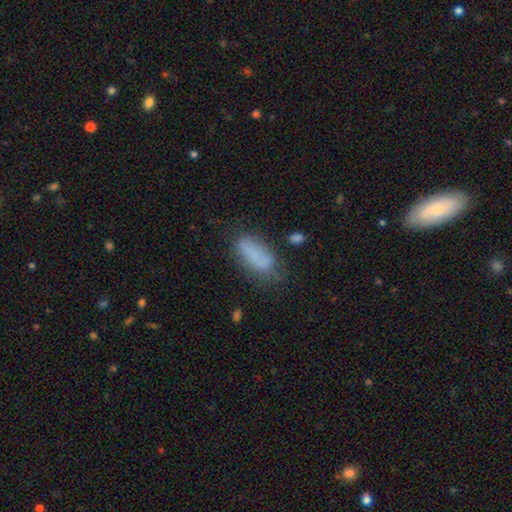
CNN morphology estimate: A smooth galaxy with no disk features (79%) that is in between round and cigar-shaped (80%).

Vote fractions:
- Smooth or featured? smooth: 79% / featured or disk: 11% / star or artifact: 10%
- How rounded? in between: 80% / cigar-shaped: 18% / round: 3%
- Merging? none: 59% / minor disturbance: 26% / major disturbance: 12% / merger: 4%